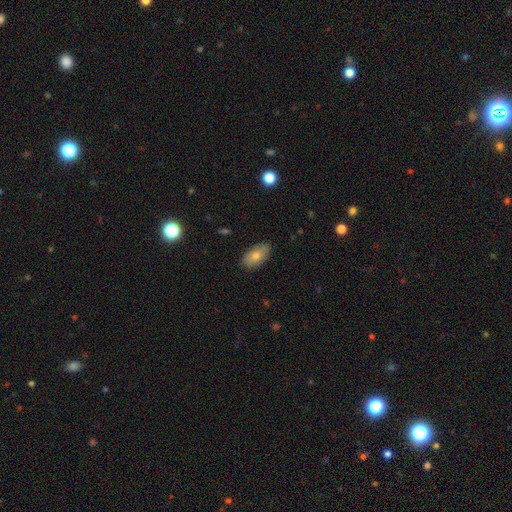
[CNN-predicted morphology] Overall: smooth (68%). How rounded: in between (91%). Merging: none (84%).